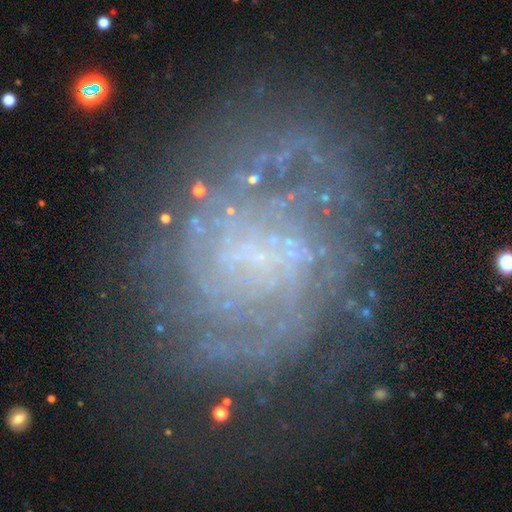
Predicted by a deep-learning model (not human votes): Smooth or featured? Predicted: featured or disk (p=0.80). Edge-on disk? Predicted: no (p=0.98). Bar? Predicted: no (p=0.47). Spiral arms? Predicted: yes (p=0.86). Spiral winding? Predicted: tight (p=0.55). Spiral arm count? Predicted: can't tell (p=0.46). Bulge size? Predicted: none (p=0.49). Merging? Predicted: none (p=0.66).